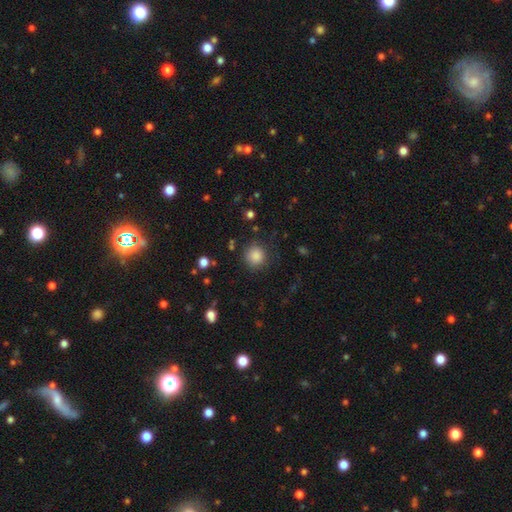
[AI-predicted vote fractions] Smooth or featured? Predicted: smooth (p=0.85). How rounded? Predicted: round (p=0.92). Merging? Predicted: none (p=0.84).